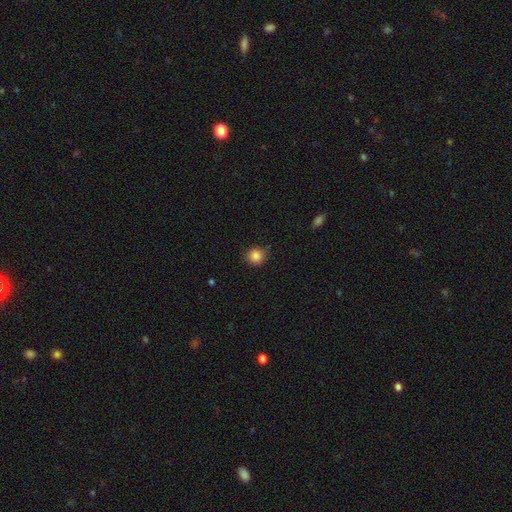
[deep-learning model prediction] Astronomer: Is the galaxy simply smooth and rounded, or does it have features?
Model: smooth — 86%.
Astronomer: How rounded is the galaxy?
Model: round — 91%.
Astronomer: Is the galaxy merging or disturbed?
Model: none — 86%.